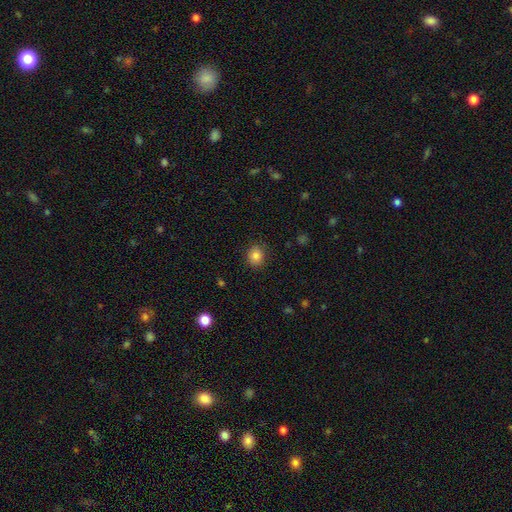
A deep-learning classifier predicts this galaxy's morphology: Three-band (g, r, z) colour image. It shows a smooth galaxy with no disk features (83%) that is round (72%). Merging: none (89%).